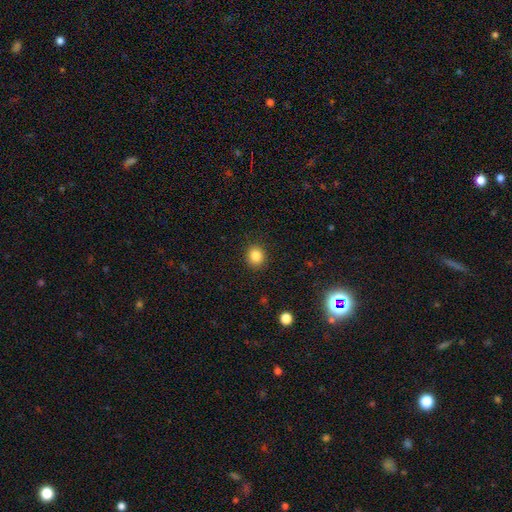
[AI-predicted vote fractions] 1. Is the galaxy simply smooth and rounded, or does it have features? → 84% smooth, 11% star or artifact, 5% featured or disk.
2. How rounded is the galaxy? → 85% round, 14% in between, 1% cigar-shaped.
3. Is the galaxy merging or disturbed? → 90% none, 6% minor disturbance, 2% major disturbance, 1% merger.